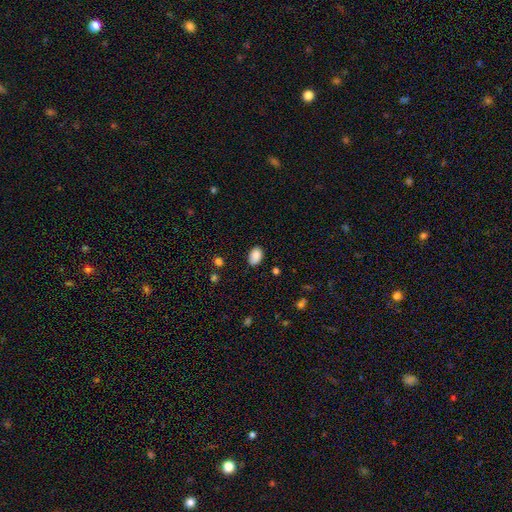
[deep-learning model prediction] smooth_or_featured: smooth (p=0.87) [alt: star or artifact p=0.08]
how_rounded: in between (p=0.88) [alt: round p=0.11]
merging: none (p=0.78) [alt: minor disturbance p=0.18]